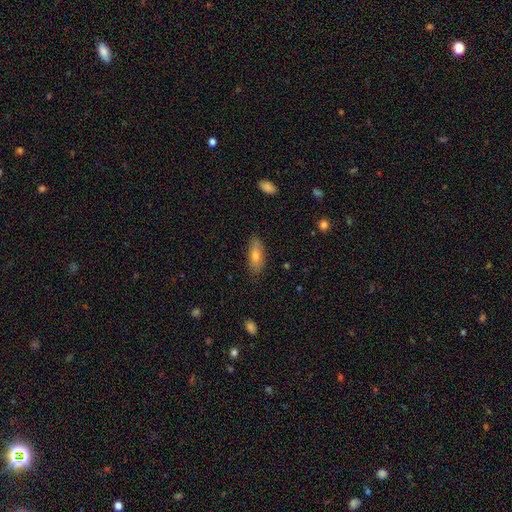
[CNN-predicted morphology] smooth_or_featured: smooth (p=0.71) [alt: featured or disk p=0.22]
how_rounded: in between (p=0.77) [alt: cigar-shaped p=0.20]
merging: none (p=0.85) [alt: minor disturbance p=0.11]